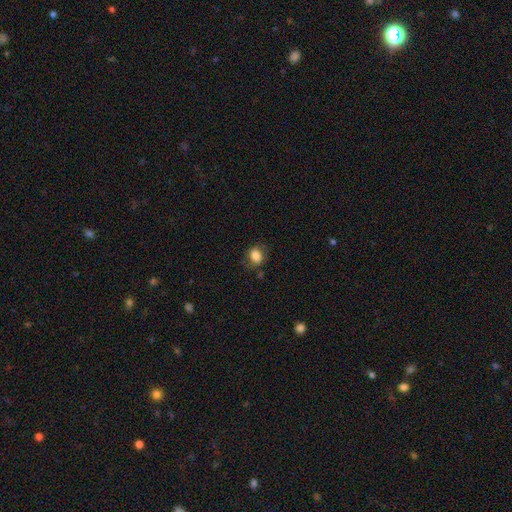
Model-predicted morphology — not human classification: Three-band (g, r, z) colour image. It shows a smooth galaxy with no disk features (82%) that is in between round and cigar-shaped (61%). Merging: none (72%).